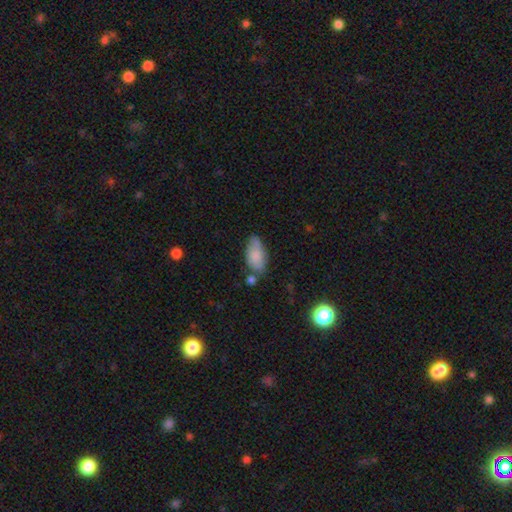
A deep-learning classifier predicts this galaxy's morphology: smooth-or-featured: smooth: 81% | featured or disk: 12% | star or artifact: 7%
  how-rounded: in between: 92% | cigar-shaped: 6% | round: 3%
  merging: none: 56% | minor disturbance: 27% | merger: 10% | major disturbance: 6%